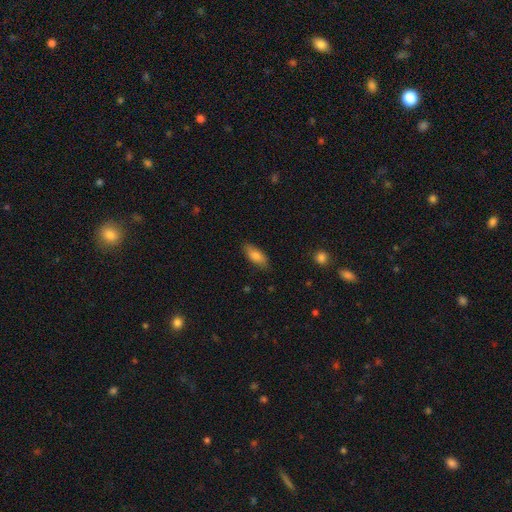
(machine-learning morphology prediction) smooth-or-featured: smooth: 81% | featured or disk: 12% | star or artifact: 7%
  how-rounded: in between: 77% | cigar-shaped: 21% | round: 2%
  merging: none: 83% | minor disturbance: 13% | major disturbance: 3% | merger: 1%